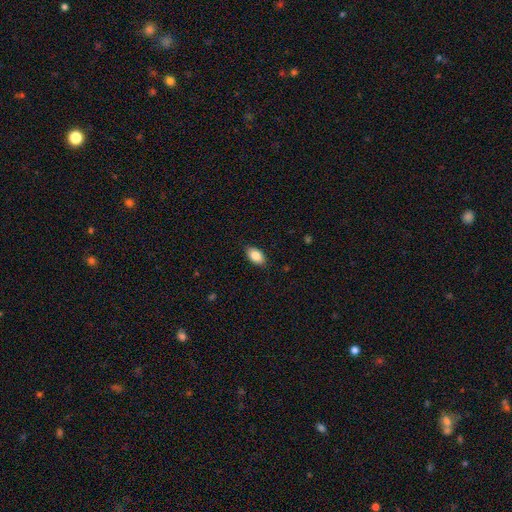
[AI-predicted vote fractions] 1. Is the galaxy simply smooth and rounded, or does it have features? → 87% smooth, 7% star or artifact, 6% featured or disk.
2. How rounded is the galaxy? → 92% in between, 6% round, 2% cigar-shaped.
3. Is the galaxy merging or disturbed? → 86% none, 11% minor disturbance, 2% major disturbance, 1% merger.